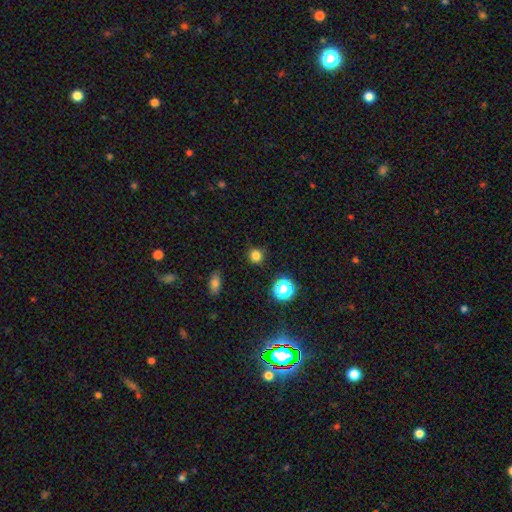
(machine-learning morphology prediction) smooth 80%, star or artifact 16%, featured or disk 4%. Down the decision tree: how rounded — round (88%); merging — none (87%).